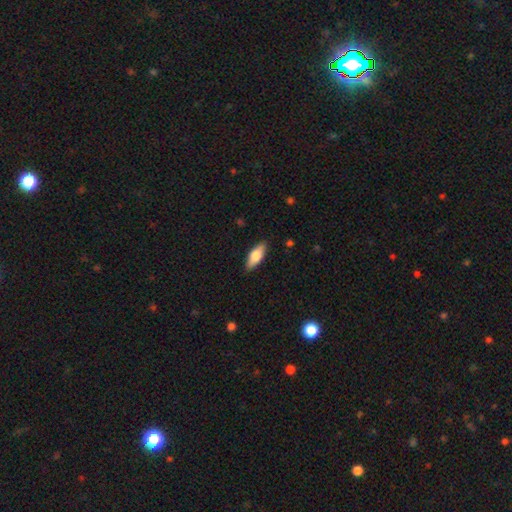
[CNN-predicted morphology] smooth_or_featured: smooth (p=0.71) [alt: featured or disk p=0.23]
how_rounded: in between (p=0.73) [alt: cigar-shaped p=0.25]
merging: none (p=0.88) [alt: minor disturbance p=0.09]